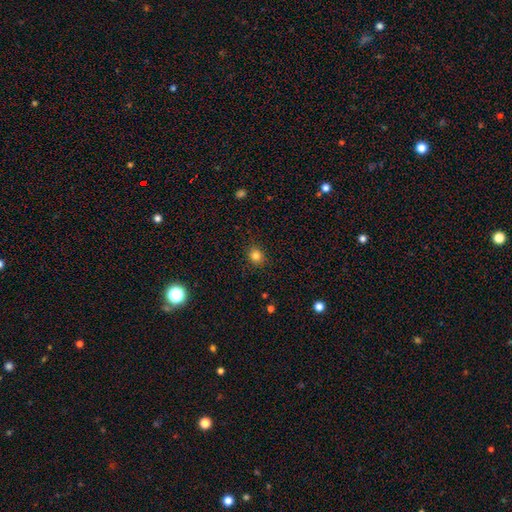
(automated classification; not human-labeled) Smooth or featured? smooth (82%)
How rounded? round (77%)
Merging? none (88%)